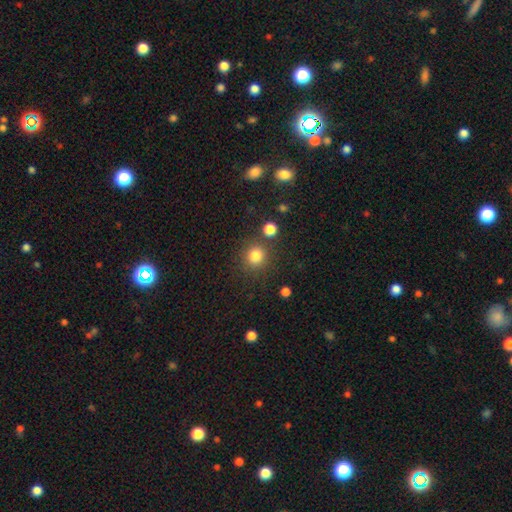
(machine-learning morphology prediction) The model was most divided on "smooth or featured": smooth: 82%, star or artifact: 13%, featured or disk: 5%. More confident: how rounded — round (90%); merging — none (82%).